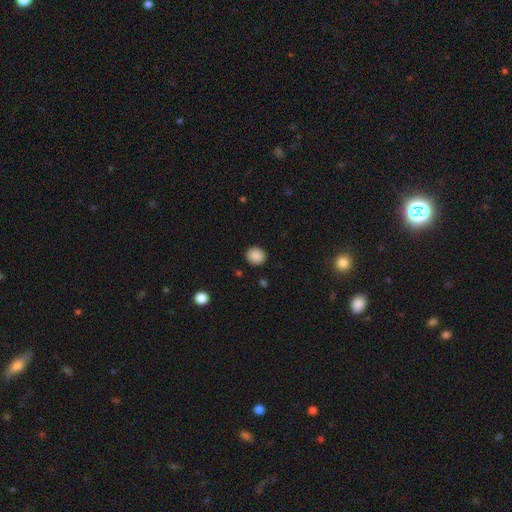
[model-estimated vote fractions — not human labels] A smooth galaxy with no disk features (88%) that is round (80%).

Vote fractions:
- Smooth or featured? smooth: 88% / star or artifact: 9% / featured or disk: 3%
- How rounded? round: 80% / in between: 19% / cigar-shaped: 1%
- Merging? none: 90% / minor disturbance: 7% / major disturbance: 2% / merger: 1%